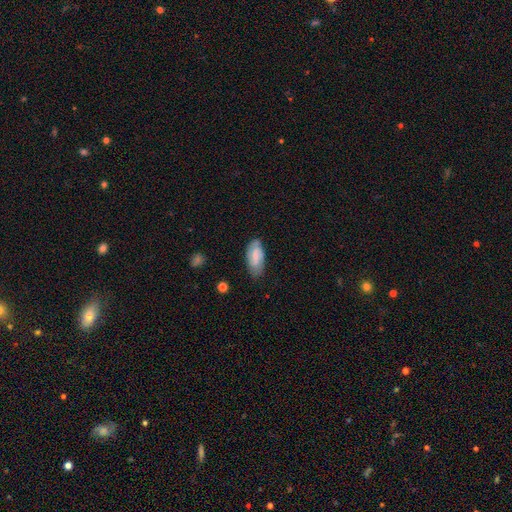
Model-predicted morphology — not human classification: Smooth or featured? Predicted: featured or disk (p=0.49). Merging? Predicted: none (p=0.74).